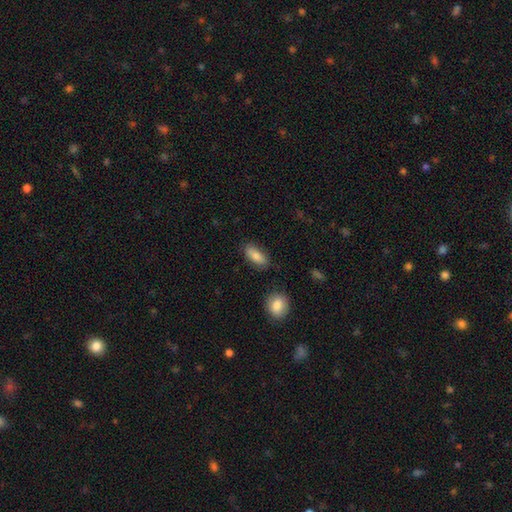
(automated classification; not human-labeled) Morphology: type=smooth (83%); roundness=in between (82%); merging=none (80%).